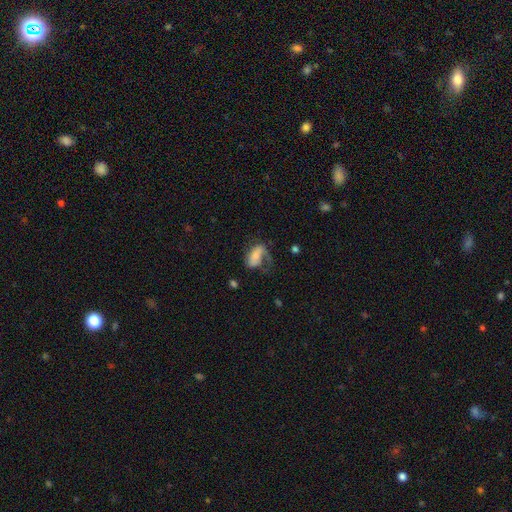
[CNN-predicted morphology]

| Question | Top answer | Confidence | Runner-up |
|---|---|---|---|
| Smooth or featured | smooth | 51% | featured or disk (40%) |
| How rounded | in between | 89% | round (7%) |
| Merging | major disturbance | 45% | none (30%) |